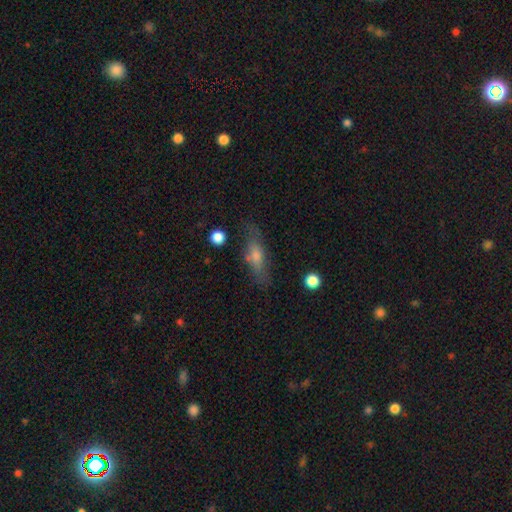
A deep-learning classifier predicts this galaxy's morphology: Smooth or featured? Predicted: smooth (p=0.51). How rounded? Predicted: cigar-shaped (p=0.53). Merging? Predicted: none (p=0.73).